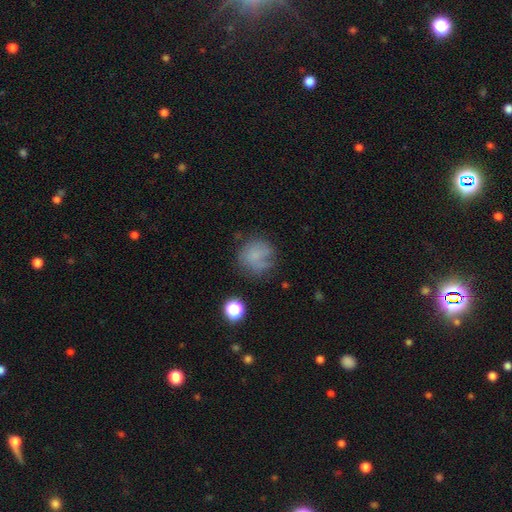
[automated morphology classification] The model was most divided on "merging": none: 54%, minor disturbance: 23%, major disturbance: 18%, merger: 4%. More confident: how rounded — round (83%); smooth or featured — smooth (64%).